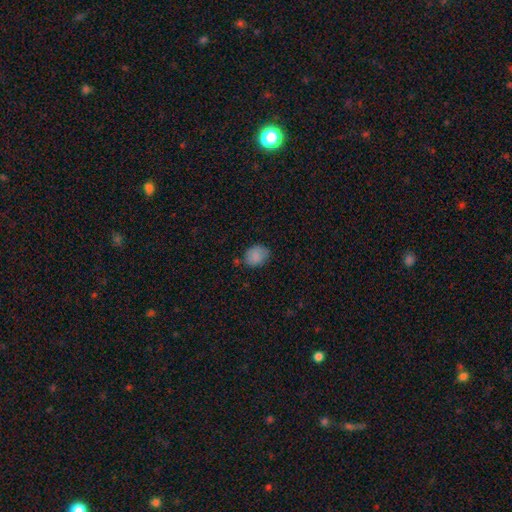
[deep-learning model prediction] smooth 84%, star or artifact 9%, featured or disk 7%. Down the decision tree: how rounded — in between (53%); merging — none (68%).